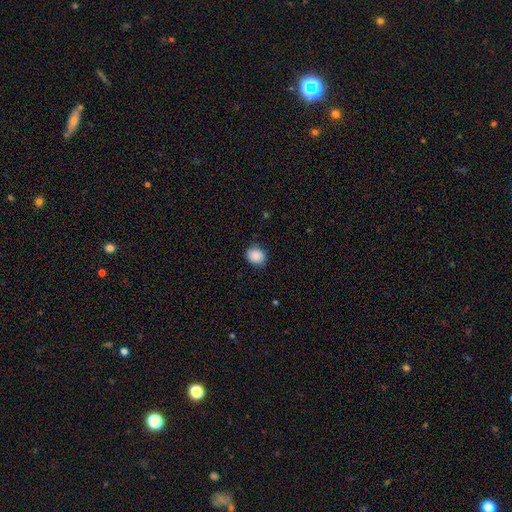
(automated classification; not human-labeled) smooth_or_featured: smooth (p=0.88) [alt: star or artifact p=0.08]
how_rounded: round (p=0.64) [alt: in between p=0.35]
merging: none (p=0.85) [alt: minor disturbance p=0.11]